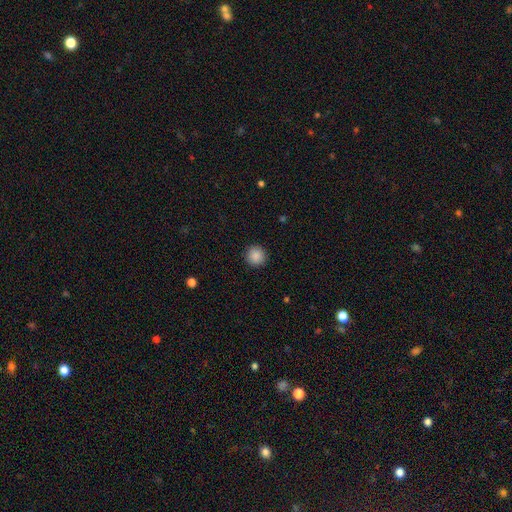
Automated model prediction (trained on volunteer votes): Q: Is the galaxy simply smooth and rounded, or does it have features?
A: smooth — 88%.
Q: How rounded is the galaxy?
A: round — 95%.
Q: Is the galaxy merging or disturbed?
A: none — 92%.